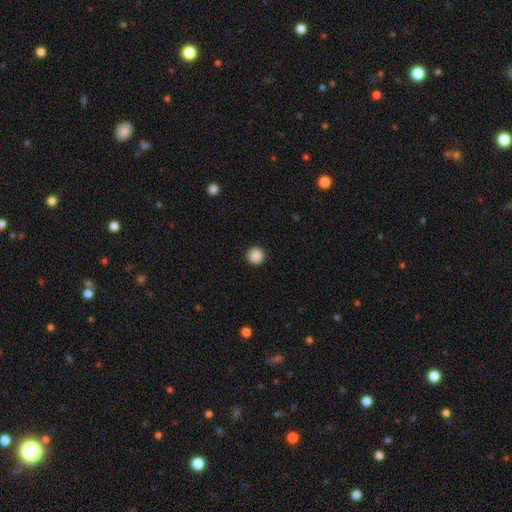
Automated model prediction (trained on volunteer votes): smooth-or-featured: smooth: 89% | star or artifact: 9% | featured or disk: 2%
  how-rounded: round: 96% | in between: 3% | cigar-shaped: 1%
  merging: none: 93% | minor disturbance: 4% | major disturbance: 2% | merger: 1%